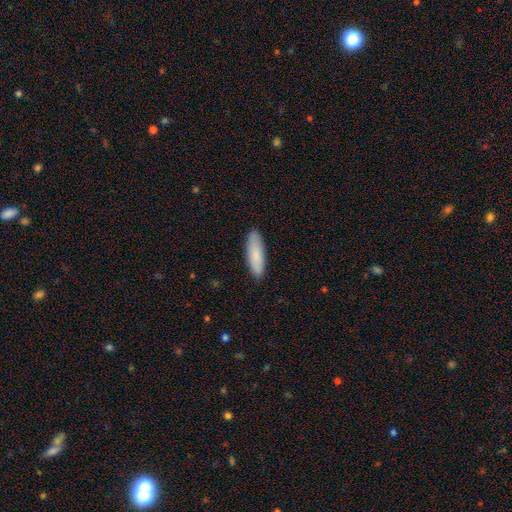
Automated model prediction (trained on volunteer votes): A smooth galaxy with no disk features (85%) that is cigar-shaped (54%). Merging: none (89%).